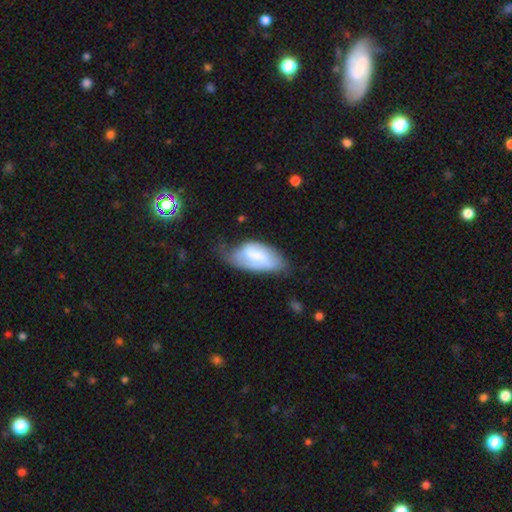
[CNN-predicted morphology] Smooth or featured: featured or disk — 55% (smooth — 38%)
Edge-on disk: no — 94% (yes — 6%)
Bar: weak — 46% (strong — 29%)
Spiral arms: yes — 77% (no — 23%)
Bulge size: moderate — 35% (small — 30%)
Merging: none — 40% (minor disturbance — 37%)